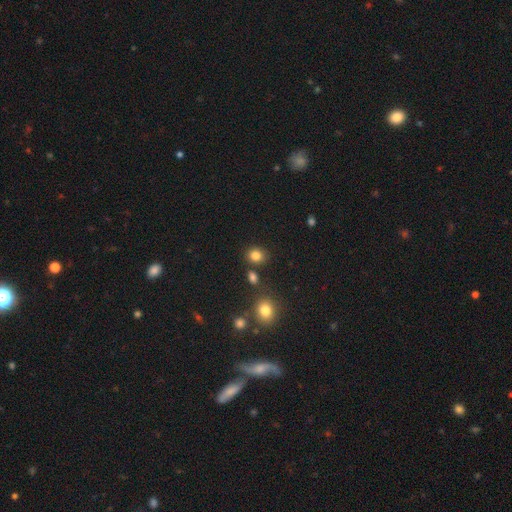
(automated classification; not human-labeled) Smooth or featured? smooth (83%)
How rounded? round (67%)
Merging? none (79%)